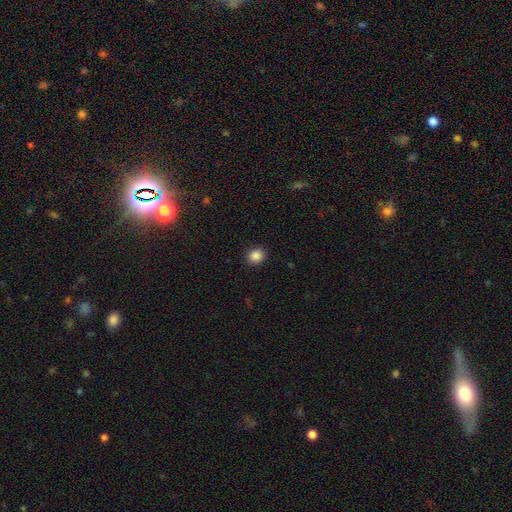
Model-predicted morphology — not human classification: The model was most divided on "how rounded": round: 74%, in between: 25%, cigar-shaped: 1%. More confident: merging — none (91%); smooth or featured — smooth (87%).